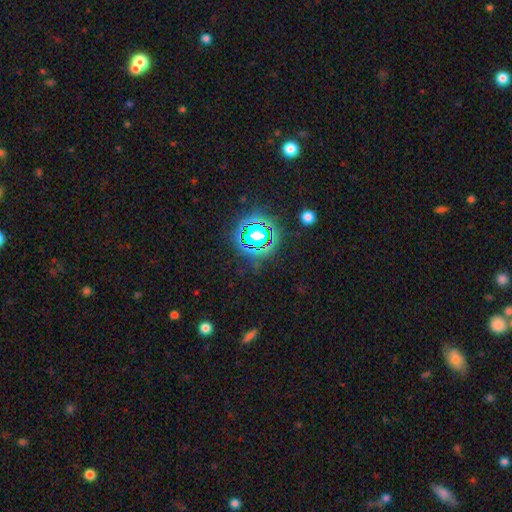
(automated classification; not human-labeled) Overall: star or artifact (79%).